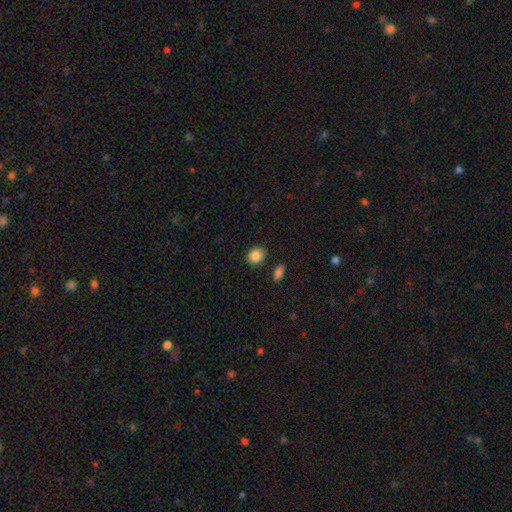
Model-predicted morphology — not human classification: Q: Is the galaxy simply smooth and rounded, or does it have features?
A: smooth — 87%.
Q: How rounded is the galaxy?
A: round — 67%.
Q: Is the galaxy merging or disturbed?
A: none — 86%.